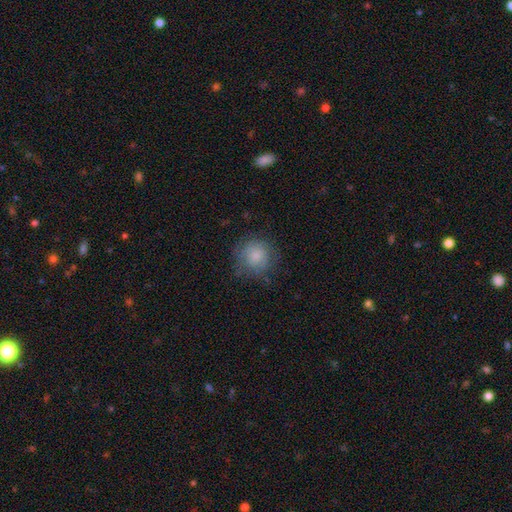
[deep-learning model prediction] This is likely a smooth galaxy (77%). How rounded: clearly round (90%). Merging: likely none (71%).